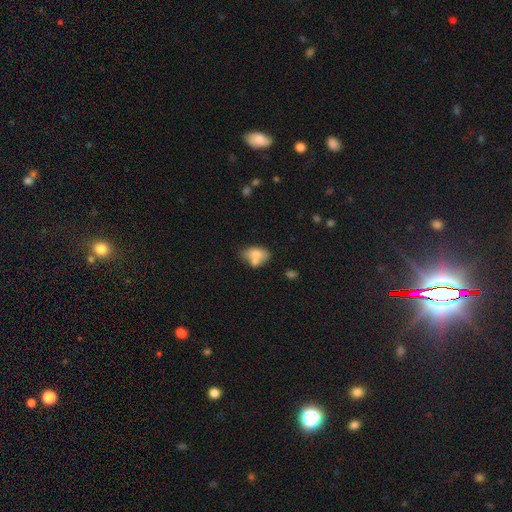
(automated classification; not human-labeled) Smooth or featured: smooth — 73% (featured or disk — 19%)
How rounded: in between — 85% (round — 13%)
Merging: none — 39% (merger — 36%)